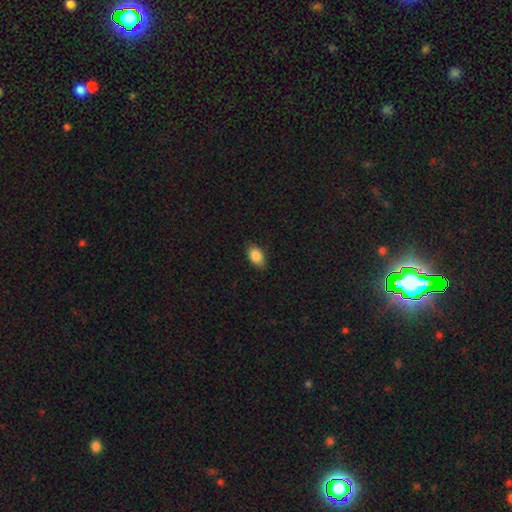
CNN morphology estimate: Q: Smooth or featured?
A: smooth (86%); runner-up: star or artifact (8%)
Q: How rounded?
A: in between (88%); runner-up: round (11%)
Q: Merging?
A: none (82%); runner-up: minor disturbance (14%)